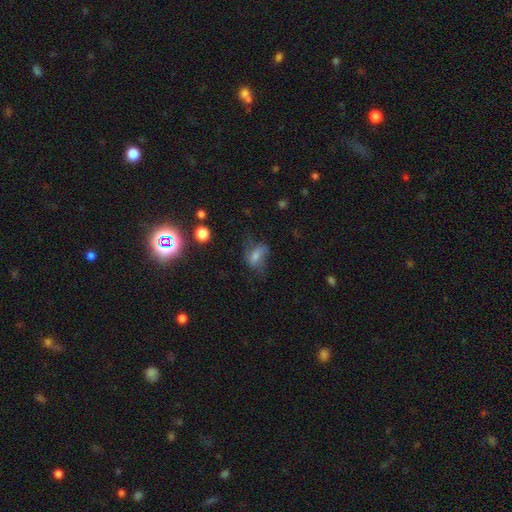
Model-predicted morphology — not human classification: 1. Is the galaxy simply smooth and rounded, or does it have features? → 59% smooth, 28% featured or disk, 13% star or artifact.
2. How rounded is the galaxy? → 81% in between, 15% round, 4% cigar-shaped.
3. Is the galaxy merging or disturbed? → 37% none, 32% major disturbance, 27% minor disturbance, 3% merger.